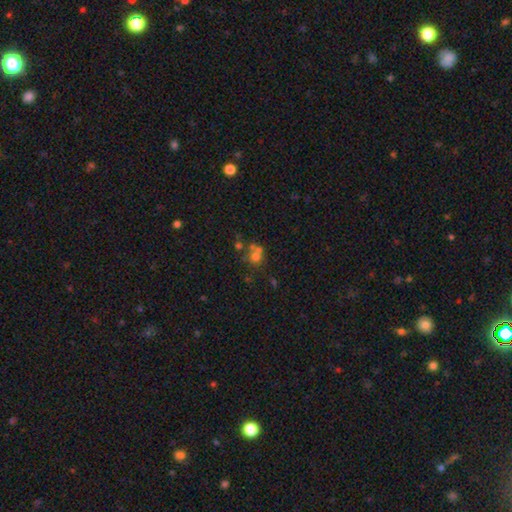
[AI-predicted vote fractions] The model was most divided on "merging": merger: 45%, none: 41%, minor disturbance: 9%, major disturbance: 6%. More confident: how rounded — round (79%); smooth or featured — smooth (57%).